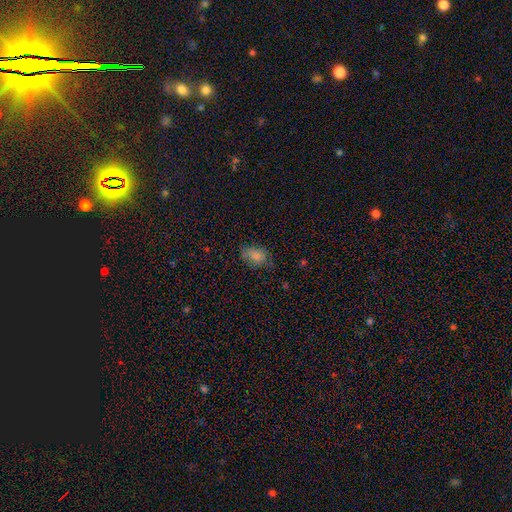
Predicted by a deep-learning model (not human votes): A smooth galaxy with no disk features (77%) that is in between round and cigar-shaped (86%). Merging: none (62%).